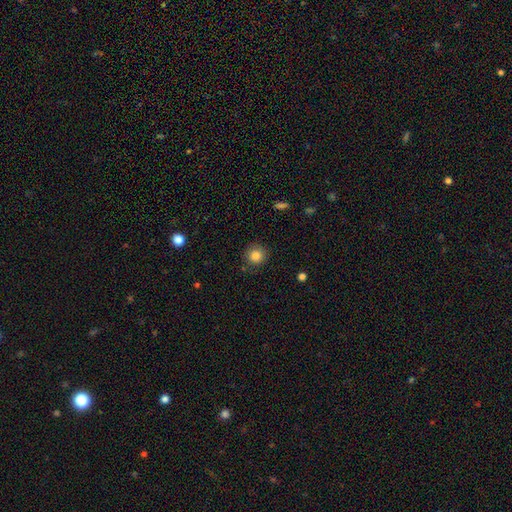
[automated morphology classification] Smooth or featured? Predicted: smooth (p=0.83). How rounded? Predicted: round (p=0.93). Merging? Predicted: none (p=0.87).